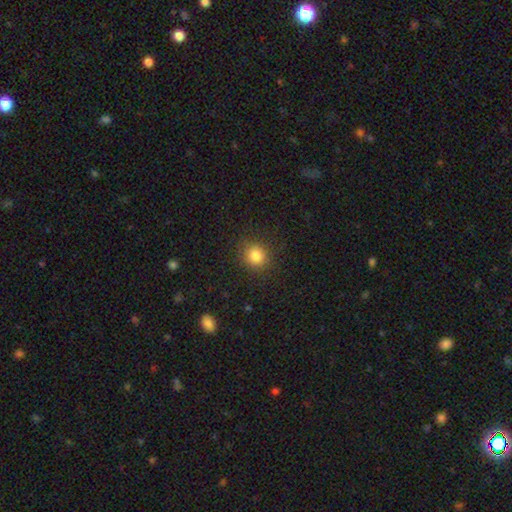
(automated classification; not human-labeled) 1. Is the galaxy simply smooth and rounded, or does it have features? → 82% smooth, 13% star or artifact, 5% featured or disk.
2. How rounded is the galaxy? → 86% round, 13% in between, 1% cigar-shaped.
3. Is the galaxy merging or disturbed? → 88% none, 8% minor disturbance, 3% major disturbance, 1% merger.